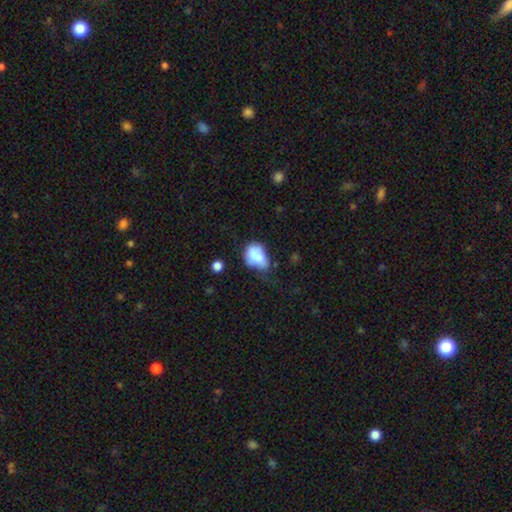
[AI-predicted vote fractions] This is likely a smooth galaxy (74%). How rounded: likely in between (73%). Merging: marginally minor disturbance (36%).